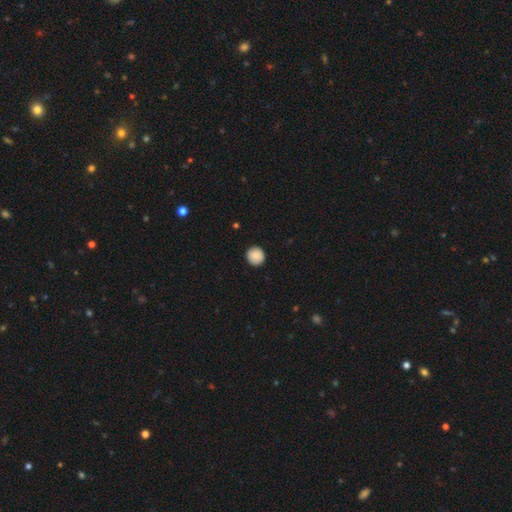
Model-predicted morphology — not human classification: type=smooth (87%); roundness=round (94%); merging=none (91%).